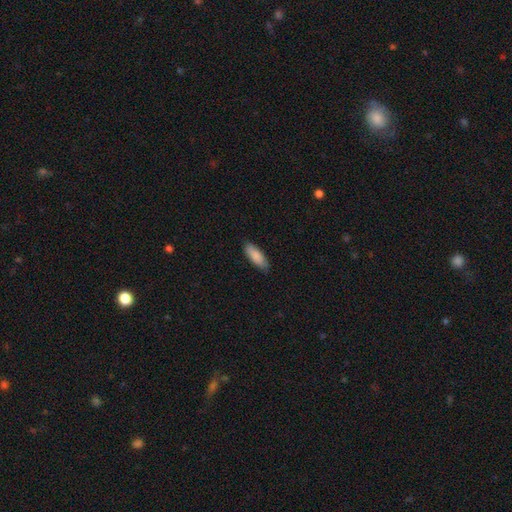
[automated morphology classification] smooth-or-featured: smooth: 87% | featured or disk: 7% | star or artifact: 5%
  how-rounded: in between: 68% | cigar-shaped: 31% | round: 2%
  merging: none: 83% | minor disturbance: 14% | major disturbance: 2% | merger: 1%